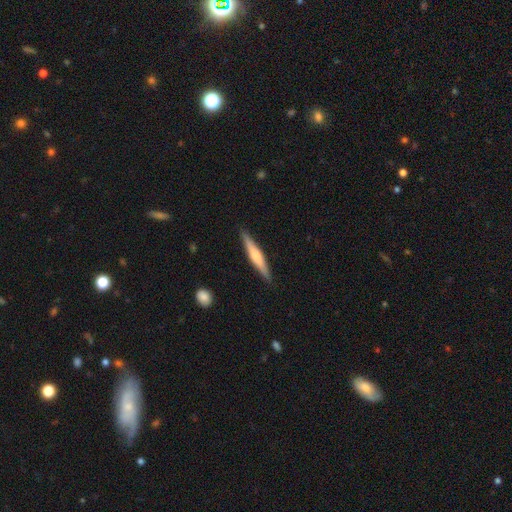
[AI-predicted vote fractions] This is possibly a featured or disk galaxy (54%). It is clearly viewed edge-on (97%). Edge-on bulge: likely rounded (70%). Merging: clearly none (90%).